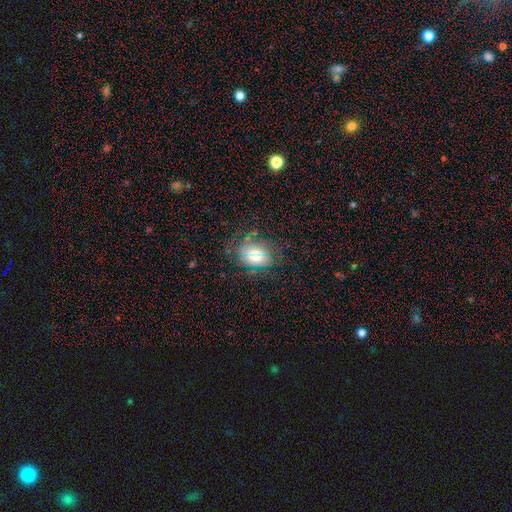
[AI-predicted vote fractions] A smooth galaxy with no disk features (66%) that is in between round and cigar-shaped (74%). Merging: none (72%).